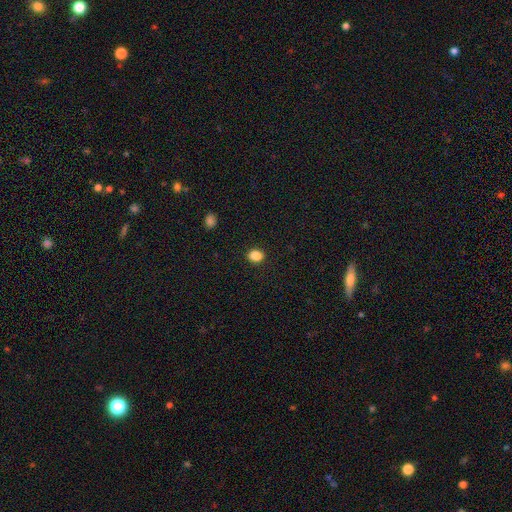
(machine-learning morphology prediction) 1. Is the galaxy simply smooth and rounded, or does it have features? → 86% smooth, 11% star or artifact, 3% featured or disk.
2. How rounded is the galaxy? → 54% in between, 45% round, 1% cigar-shaped.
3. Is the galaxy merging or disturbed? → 85% none, 10% minor disturbance, 3% major disturbance, 2% merger.